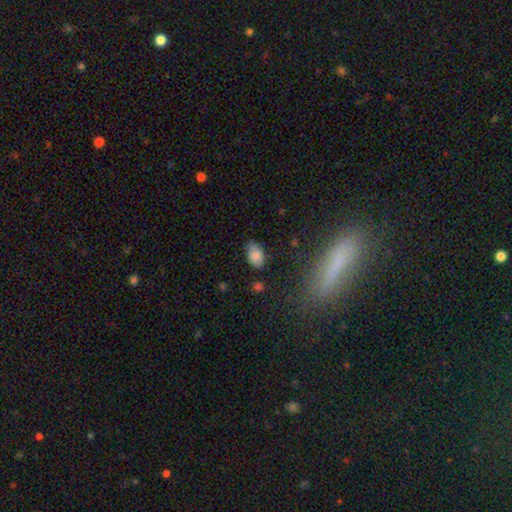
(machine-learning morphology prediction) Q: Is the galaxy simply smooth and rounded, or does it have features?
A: smooth — 83%.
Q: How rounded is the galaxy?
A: in between — 89%.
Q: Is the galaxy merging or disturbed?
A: none — 70%.